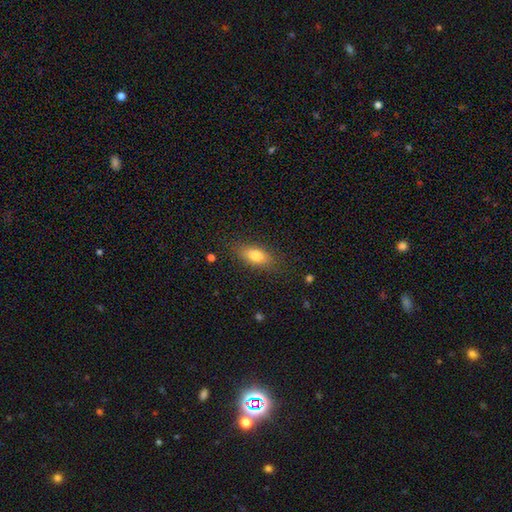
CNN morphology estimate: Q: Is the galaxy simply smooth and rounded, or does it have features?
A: smooth — 77%.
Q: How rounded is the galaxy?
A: in between — 80%.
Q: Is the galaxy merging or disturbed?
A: none — 83%.